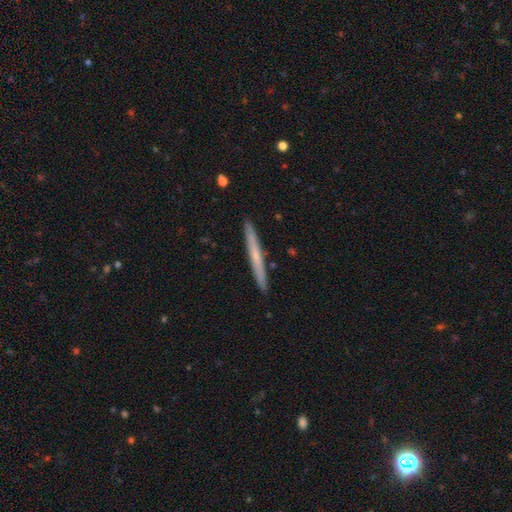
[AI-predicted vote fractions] Smooth or featured?
  - smooth: 47% * (tied)
  - featured or disk: 47% * (tied)
  - star or artifact: 6%
Merging?
  - none: 92% *
  - minor disturbance: 6%
  - merger: 1%
  - major disturbance: 1%